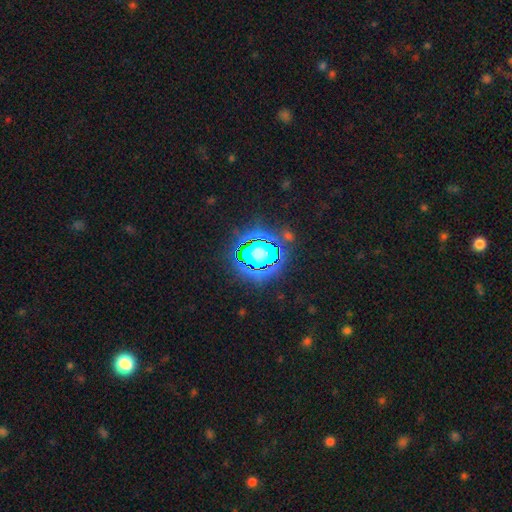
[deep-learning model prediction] This appears to be a star or artifact, not a galaxy (81%).